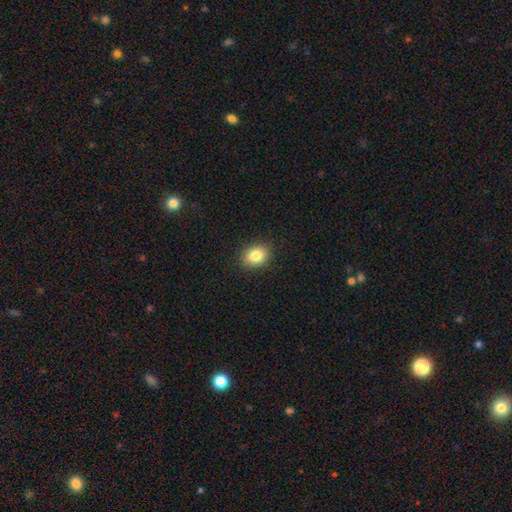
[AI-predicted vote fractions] This appears to be a smooth galaxy with no disk features (84%) that is in between round and cigar-shaped (68%). Merging: none (89%).